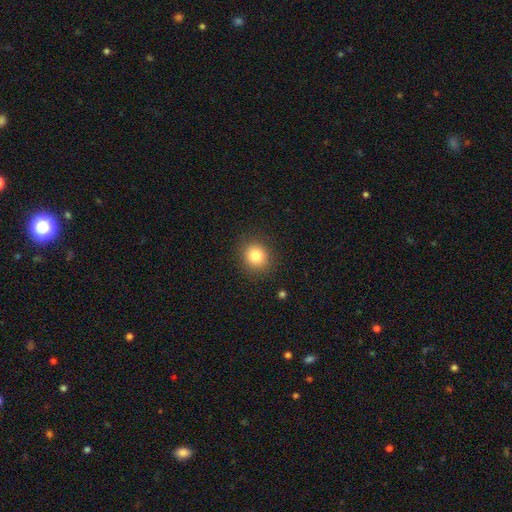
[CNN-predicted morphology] This is clearly a smooth galaxy (82%). How rounded: clearly round (81%). Merging: clearly none (89%).